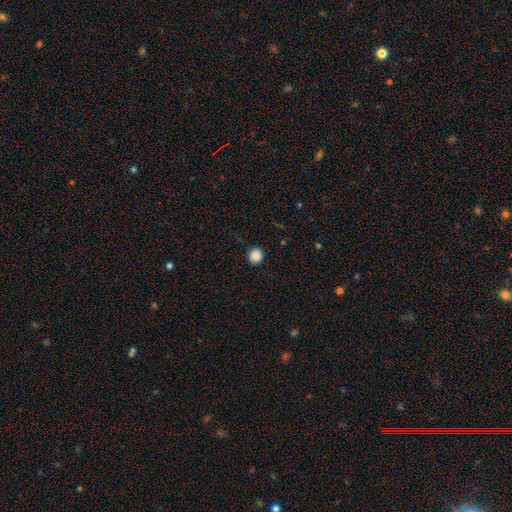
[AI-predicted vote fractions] This appears to be a smooth galaxy with no disk features (87%) that is round (86%). Merging: none (90%).